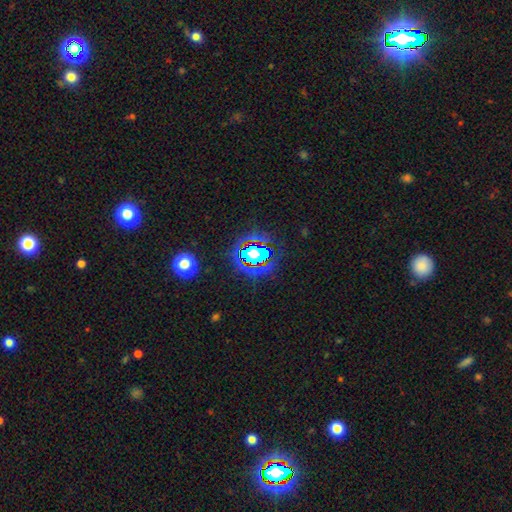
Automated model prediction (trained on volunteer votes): A star or artifact, not a galaxy (63%).

Vote fractions:
- Smooth or featured? star or artifact: 63% / smooth: 23% / featured or disk: 14%